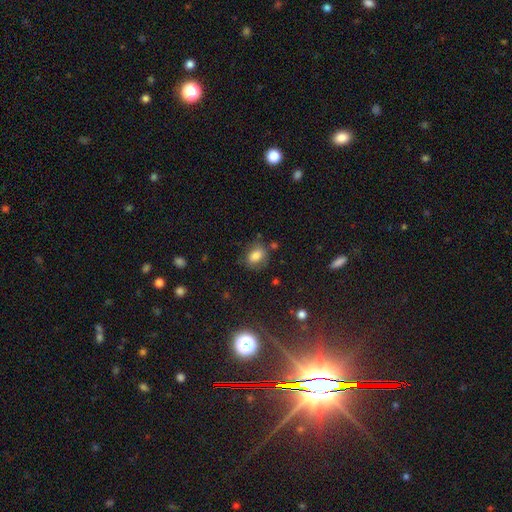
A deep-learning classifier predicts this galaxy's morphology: Smooth or featured?
  - smooth: 79% *
  - star or artifact: 11%
  - featured or disk: 10%
How rounded?
  - in between: 68% *
  - round: 31%
  - cigar-shaped: 2%
Merging?
  - none: 73% *
  - minor disturbance: 18%
  - major disturbance: 5%
  - merger: 4%